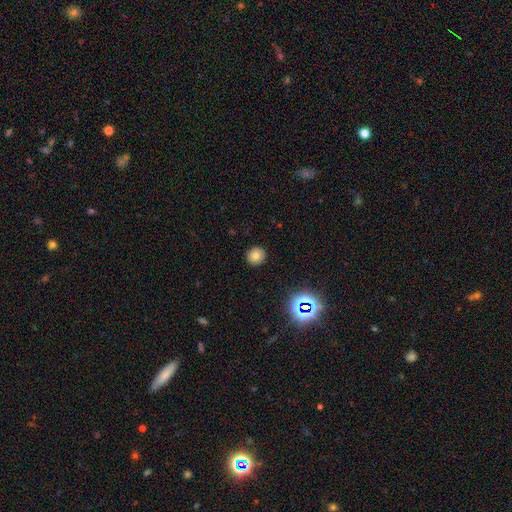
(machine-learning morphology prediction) A smooth galaxy with no disk features (77%) that is round (92%).

Vote fractions:
- Smooth or featured? smooth: 77% / star or artifact: 16% / featured or disk: 7%
- How rounded? round: 92% / in between: 7% / cigar-shaped: 1%
- Merging? none: 91% / minor disturbance: 6% / major disturbance: 2% / merger: 1%